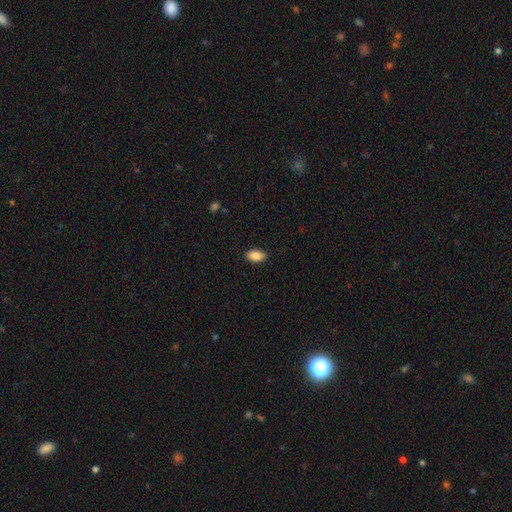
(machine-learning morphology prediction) smooth-or-featured: smooth: 87% | star or artifact: 7% | featured or disk: 5%
  how-rounded: in between: 92% | round: 5% | cigar-shaped: 3%
  merging: none: 89% | minor disturbance: 8% | major disturbance: 2% | merger: 1%